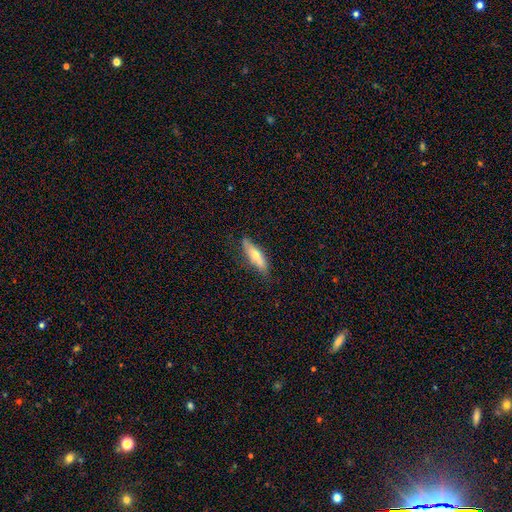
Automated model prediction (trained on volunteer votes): Smooth or featured? smooth (51%)
How rounded? cigar-shaped (67%)
Merging? none (77%)